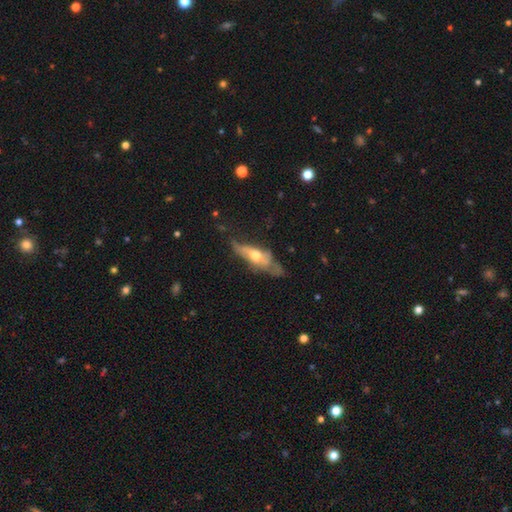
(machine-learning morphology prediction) smooth_or_featured: featured or disk (p=0.58) [alt: smooth p=0.35]
disk_edge_on: no (p=0.57) [alt: yes p=0.43]
merging: none (p=0.35) [alt: minor disturbance p=0.30]